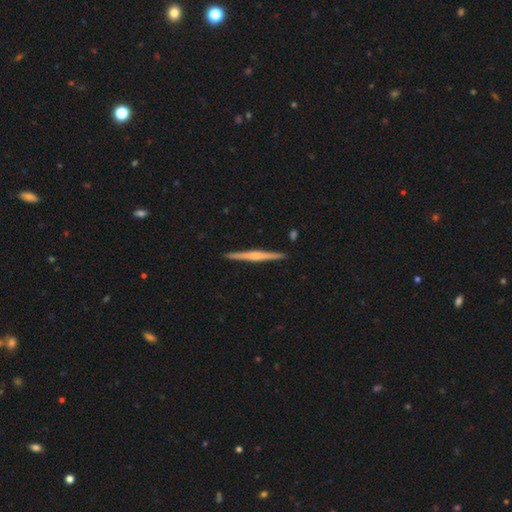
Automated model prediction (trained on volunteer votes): This is likely a featured or disk galaxy (74%). It is clearly viewed edge-on (99%). Edge-on bulge: likely rounded (70%). Merging: clearly none (92%).